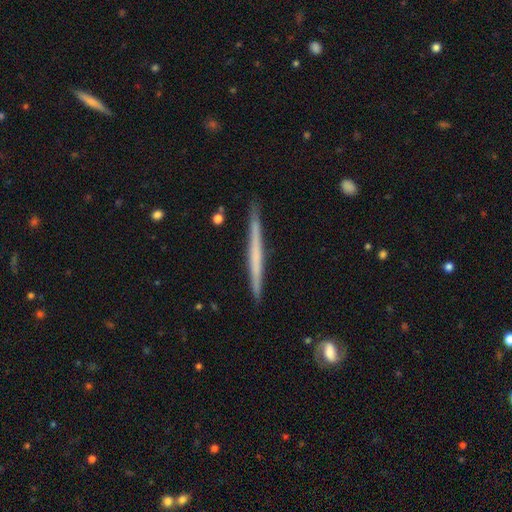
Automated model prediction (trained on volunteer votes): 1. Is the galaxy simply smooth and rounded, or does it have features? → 51% featured or disk, 43% smooth, 6% star or artifact.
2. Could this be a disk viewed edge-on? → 97% yes, 3% no.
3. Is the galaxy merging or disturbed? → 90% none, 7% minor disturbance, 1% major disturbance, 1% merger.